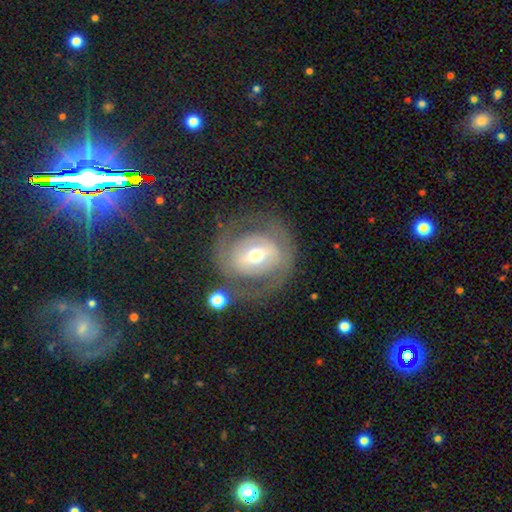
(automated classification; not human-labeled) Smooth or featured: featured or disk — 67% (smooth — 26%)
Edge-on disk: no — 95% (yes — 5%)
Bar: weak — 38% (strong — 34%)
Spiral arms: no — 52% (yes — 48%)
Bulge size: moderate — 60% (small — 32%)
Merging: none — 69% (minor disturbance — 15%)